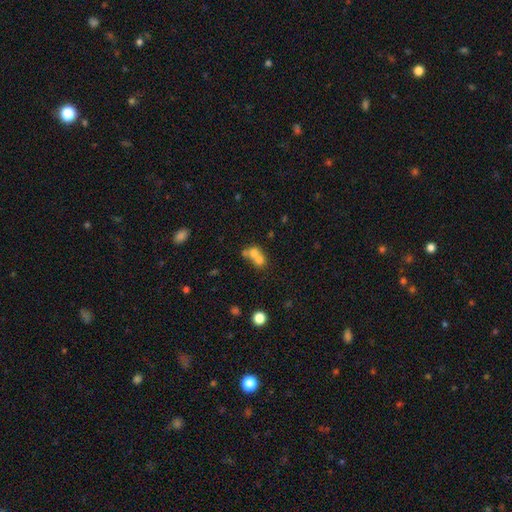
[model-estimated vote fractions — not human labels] Morphology: type=smooth (66%); roundness=round (61%); merging=merger (66%).